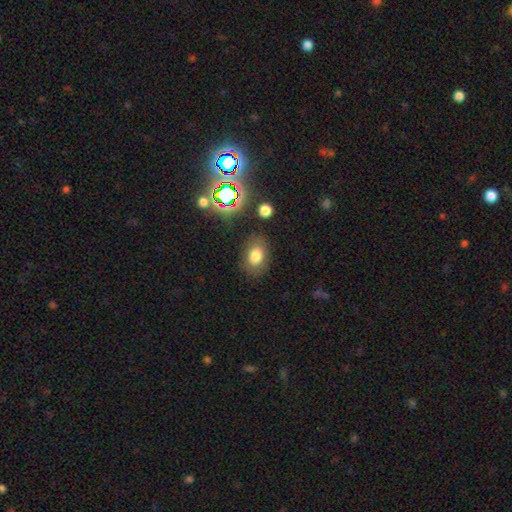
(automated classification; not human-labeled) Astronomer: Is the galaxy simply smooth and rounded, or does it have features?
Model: smooth — 76%.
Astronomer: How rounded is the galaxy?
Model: in between — 76%.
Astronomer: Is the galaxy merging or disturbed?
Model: none — 79%.